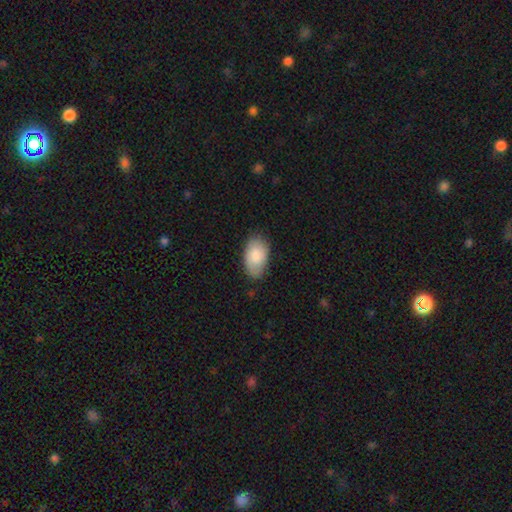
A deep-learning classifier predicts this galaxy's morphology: type=smooth (83%); roundness=in between (93%); merging=none (74%).